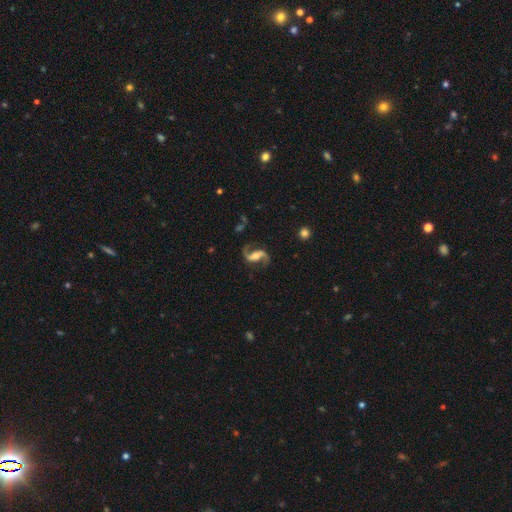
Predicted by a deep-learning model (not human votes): Q: Smooth or featured?
A: featured or disk (91%); runner-up: star or artifact (5%)
Q: Edge-on disk?
A: no (97%); runner-up: yes (3%)
Q: Bar?
A: weak (39%); runner-up: strong (36%)
Q: Spiral arms?
A: yes (98%); runner-up: no (2%)
Q: Spiral winding?
A: loose (61%); runner-up: medium (33%)
Q: Spiral arm count?
A: 2 (94%); runner-up: 1 (2%)
Q: Bulge size?
A: moderate (54%); runner-up: small (27%)
Q: Merging?
A: none (79%); runner-up: minor disturbance (12%)